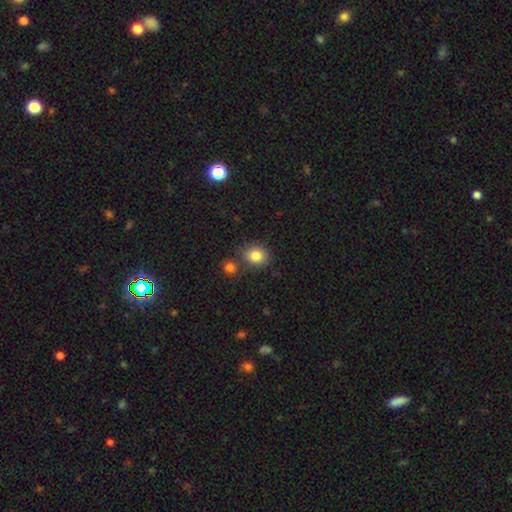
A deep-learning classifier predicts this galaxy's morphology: A smooth galaxy with no disk features (83%) that is round (69%).

Vote fractions:
- Smooth or featured? smooth: 83% / star or artifact: 11% / featured or disk: 7%
- How rounded? round: 69% / in between: 30% / cigar-shaped: 1%
- Merging? none: 72% / merger: 14% / minor disturbance: 11% / major disturbance: 3%